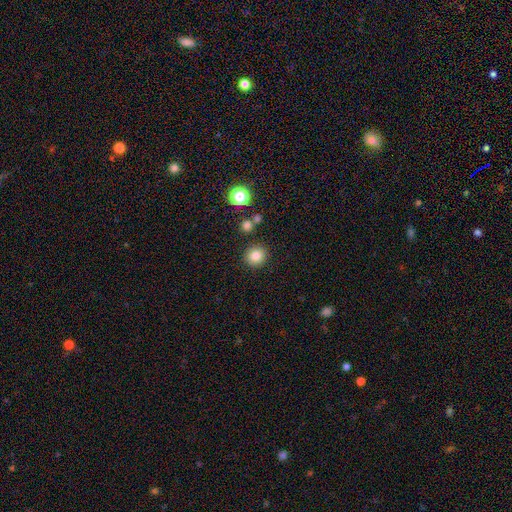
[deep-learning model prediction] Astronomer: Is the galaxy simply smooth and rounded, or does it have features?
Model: smooth — 83%.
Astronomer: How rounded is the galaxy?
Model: round — 88%.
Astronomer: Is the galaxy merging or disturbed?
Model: none — 87%.